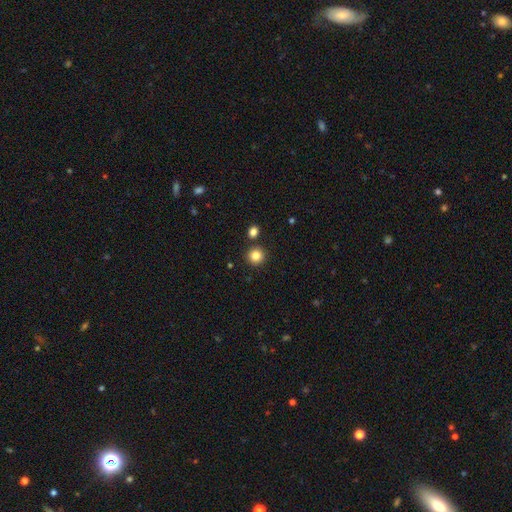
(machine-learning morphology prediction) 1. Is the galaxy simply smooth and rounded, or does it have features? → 84% smooth, 11% star or artifact, 5% featured or disk.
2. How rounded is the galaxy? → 94% round, 6% in between, 1% cigar-shaped.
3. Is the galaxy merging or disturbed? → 88% none, 6% minor disturbance, 5% merger, 2% major disturbance.